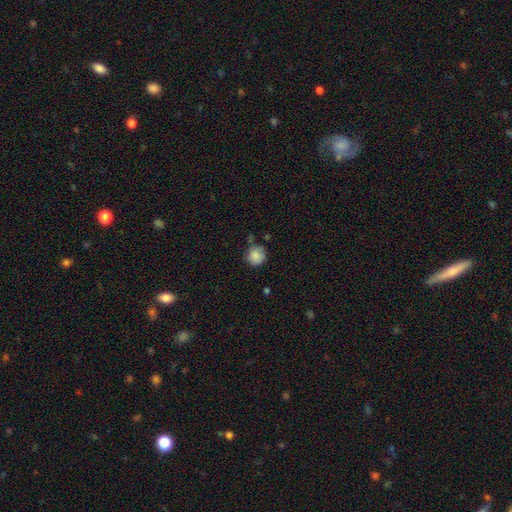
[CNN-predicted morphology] The model was most divided on "merging": none: 69%, minor disturbance: 21%, merger: 5%, major disturbance: 4%. More confident: how rounded — round (91%); smooth or featured — smooth (85%).